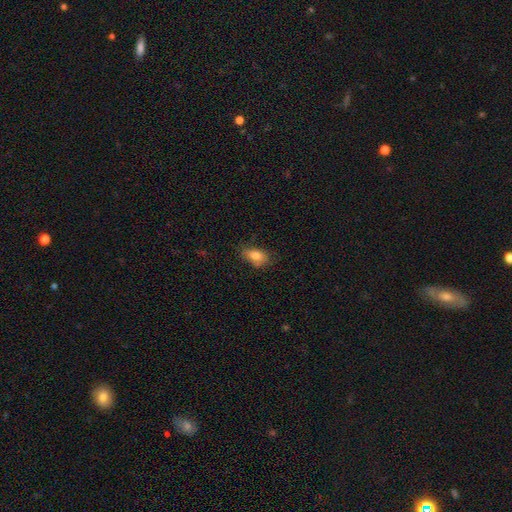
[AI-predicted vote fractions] Smooth or featured? smooth (81%)
How rounded? in between (87%)
Merging? none (66%)